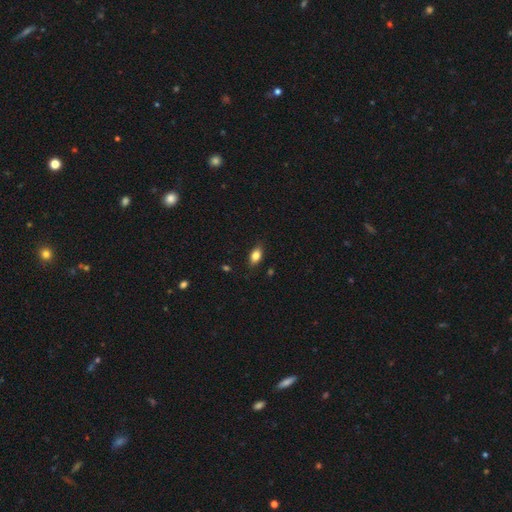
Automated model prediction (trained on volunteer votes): Smooth or featured?
  - smooth: 83% *
  - featured or disk: 9%
  - star or artifact: 8%
How rounded?
  - in between: 87% *
  - round: 8%
  - cigar-shaped: 4%
Merging?
  - none: 84% *
  - minor disturbance: 12%
  - major disturbance: 3%
  - merger: 1%